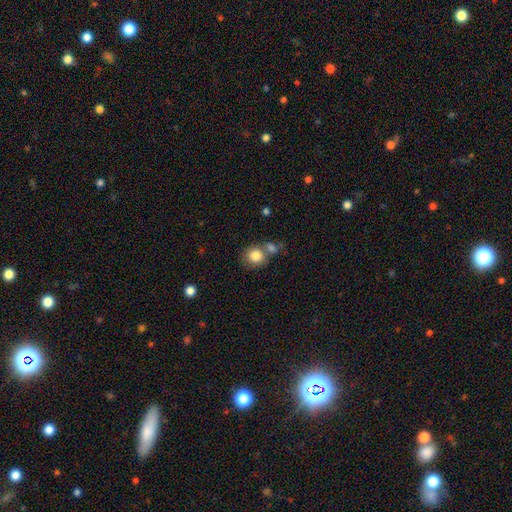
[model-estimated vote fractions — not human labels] smooth-or-featured: smooth: 83% | star or artifact: 9% | featured or disk: 8%
  how-rounded: round: 82% | in between: 17% | cigar-shaped: 1%
  merging: none: 54% | merger: 30% | minor disturbance: 11% | major disturbance: 4%